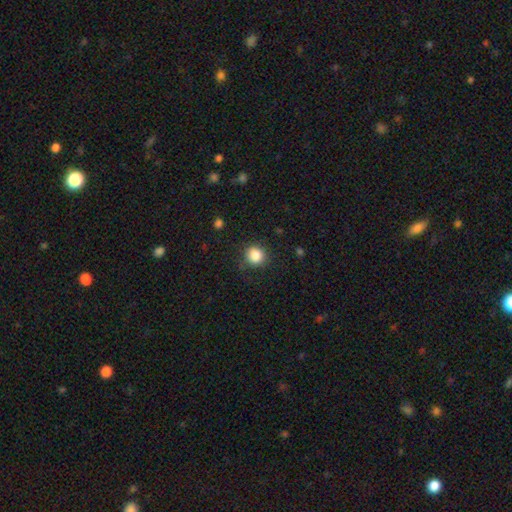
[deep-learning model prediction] Smooth or featured: smooth — 85% (star or artifact — 11%)
How rounded: round — 87% (in between — 13%)
Merging: none — 82% (minor disturbance — 12%)